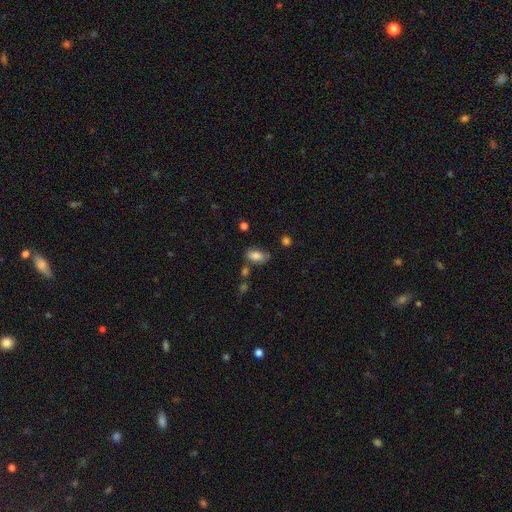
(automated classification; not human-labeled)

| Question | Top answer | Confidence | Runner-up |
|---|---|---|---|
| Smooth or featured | smooth | 81% | featured or disk (10%) |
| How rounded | in between | 91% | round (7%) |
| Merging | none | 61% | minor disturbance (26%) |